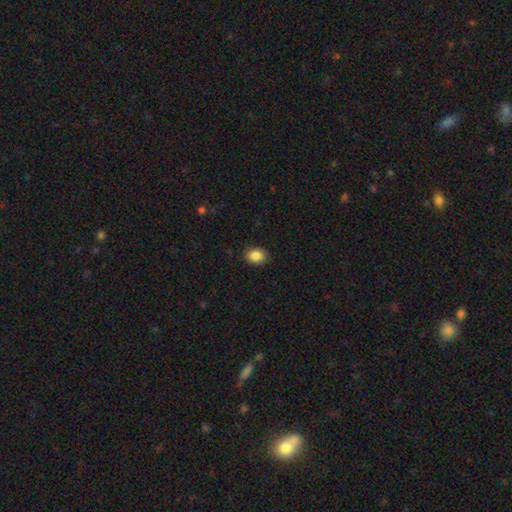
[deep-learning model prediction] smooth_or_featured: smooth (p=0.88) [alt: star or artifact p=0.09]
how_rounded: in between (p=0.59) [alt: round p=0.40]
merging: none (p=0.89) [alt: minor disturbance p=0.08]